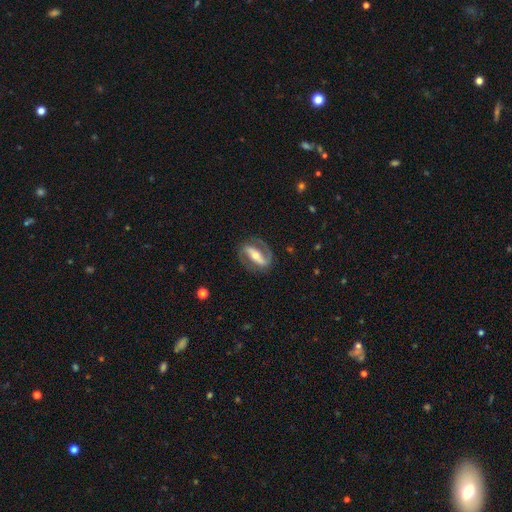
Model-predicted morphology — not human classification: Overall: featured or disk (84%). Edge-on disk: no (91%). Bar: strong (68%). Spiral arms: yes (90%). Spiral arm count: 2 (81%). Spiral winding: medium (46%; tight 29%). Bulge size: moderate (55%; small 37%). Merging: none (78%).